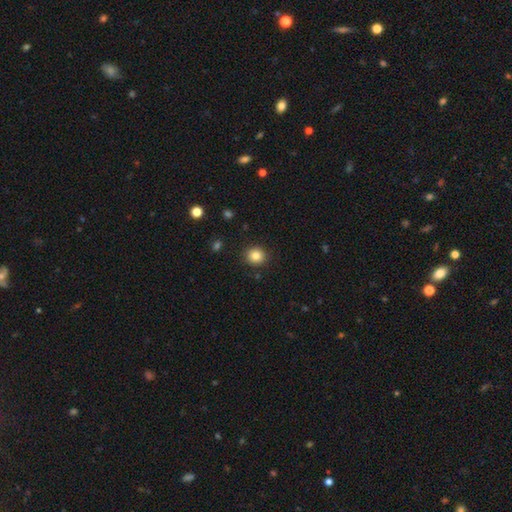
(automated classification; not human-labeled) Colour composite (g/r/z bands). It shows a smooth galaxy with no disk features (84%) that is round (86%). Merging: none (90%).